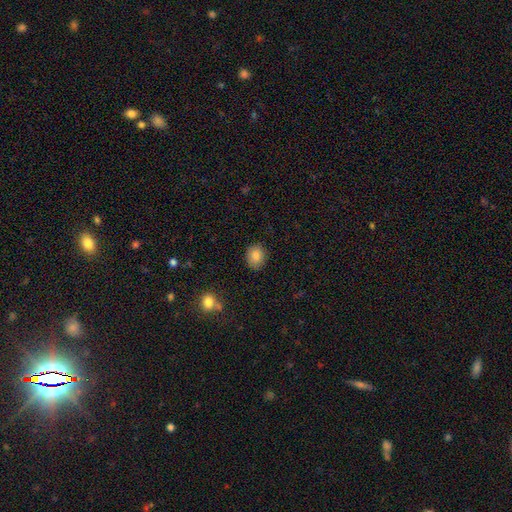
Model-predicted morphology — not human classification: smooth_or_featured: smooth (p=0.85) [alt: star or artifact p=0.09]
how_rounded: round (p=0.61) [alt: in between p=0.38]
merging: none (p=0.86) [alt: minor disturbance p=0.10]